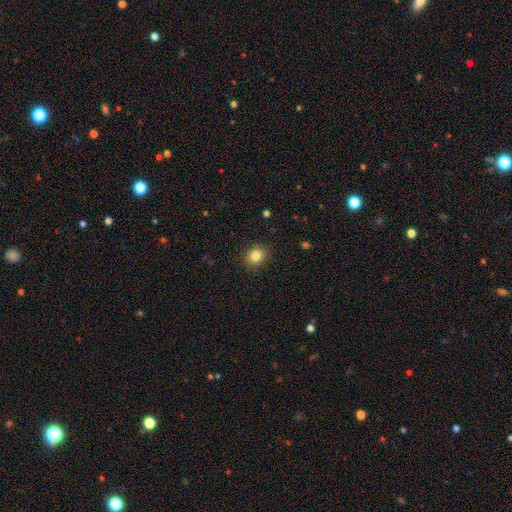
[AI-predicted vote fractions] Smooth or featured: smooth — 83% (star or artifact — 10%)
How rounded: round — 67% (in between — 32%)
Merging: none — 89% (minor disturbance — 8%)